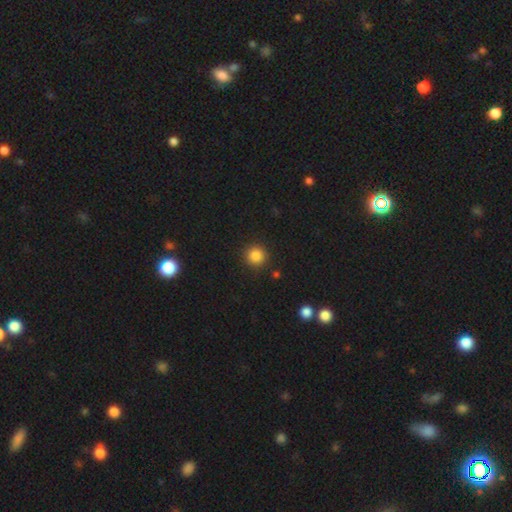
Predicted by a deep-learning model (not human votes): Smooth or featured? Predicted: smooth (p=0.85). How rounded? Predicted: round (p=0.94). Merging? Predicted: none (p=0.90).